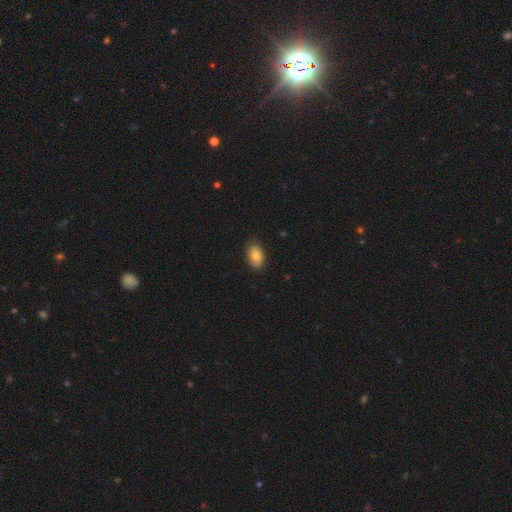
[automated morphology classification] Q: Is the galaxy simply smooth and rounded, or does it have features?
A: smooth — 83%.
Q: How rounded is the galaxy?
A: in between — 91%.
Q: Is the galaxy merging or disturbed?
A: none — 86%.